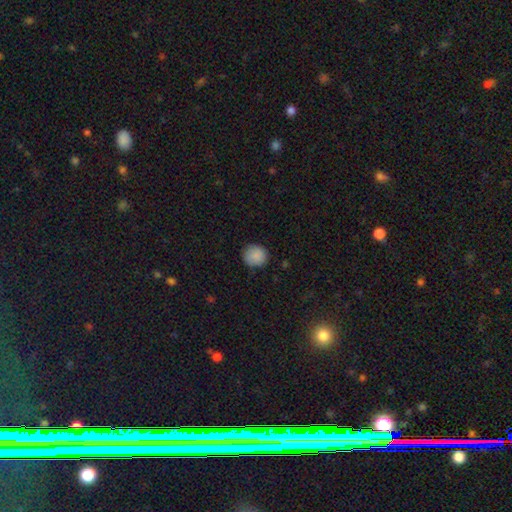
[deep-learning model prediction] Smooth or featured? Predicted: smooth (p=0.87). How rounded? Predicted: round (p=0.92). Merging? Predicted: none (p=0.86).